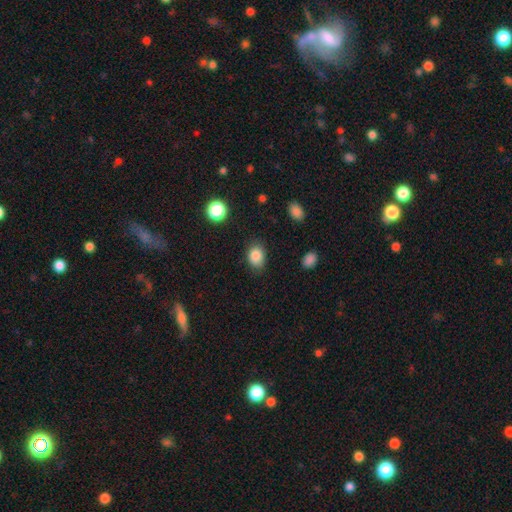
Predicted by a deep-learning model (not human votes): Smooth or featured? Predicted: smooth (p=0.85). How rounded? Predicted: in between (p=0.66). Merging? Predicted: none (p=0.79).